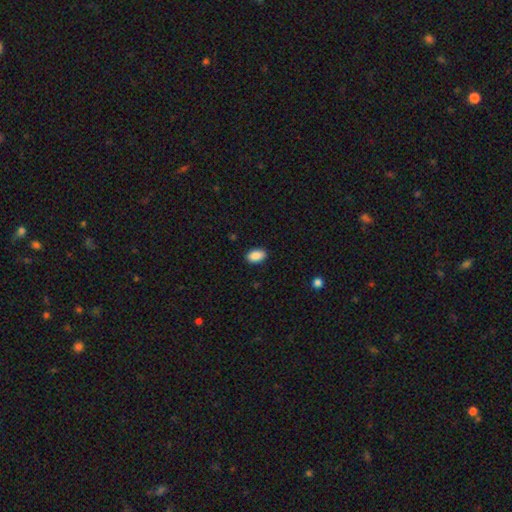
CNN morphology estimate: smooth-or-featured: smooth: 89% | star or artifact: 7% | featured or disk: 3%
  how-rounded: in between: 92% | round: 6% | cigar-shaped: 2%
  merging: none: 88% | minor disturbance: 9% | major disturbance: 2% | merger: 1%